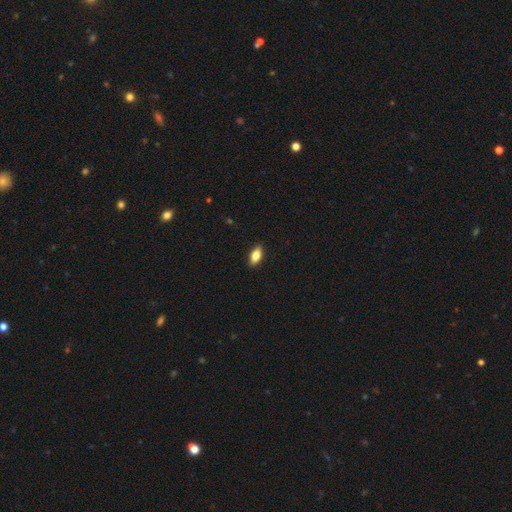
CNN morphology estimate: smooth-or-featured: smooth: 81% | featured or disk: 11% | star or artifact: 7%
  how-rounded: in between: 88% | cigar-shaped: 9% | round: 3%
  merging: none: 90% | minor disturbance: 8% | major disturbance: 2% | merger: 1%